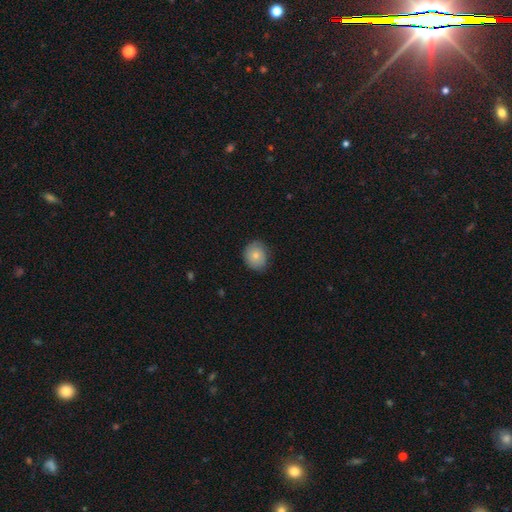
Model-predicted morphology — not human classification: Smooth or featured: smooth — 77% (featured or disk — 15%)
How rounded: round — 74% (in between — 25%)
Merging: none — 76% (minor disturbance — 19%)